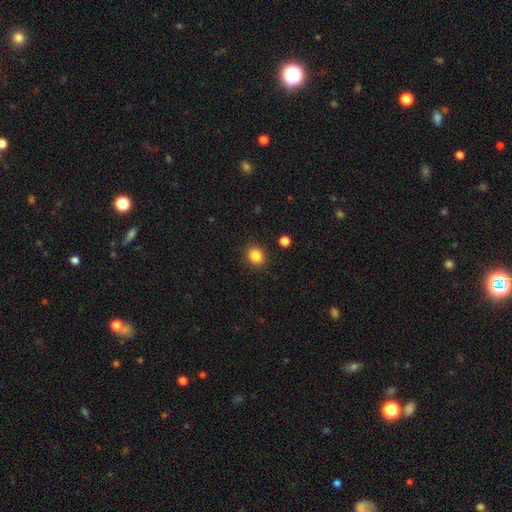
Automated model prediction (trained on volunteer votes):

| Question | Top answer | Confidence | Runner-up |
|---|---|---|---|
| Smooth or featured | smooth | 85% | star or artifact (11%) |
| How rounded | round | 71% | in between (28%) |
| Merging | none | 89% | minor disturbance (7%) |